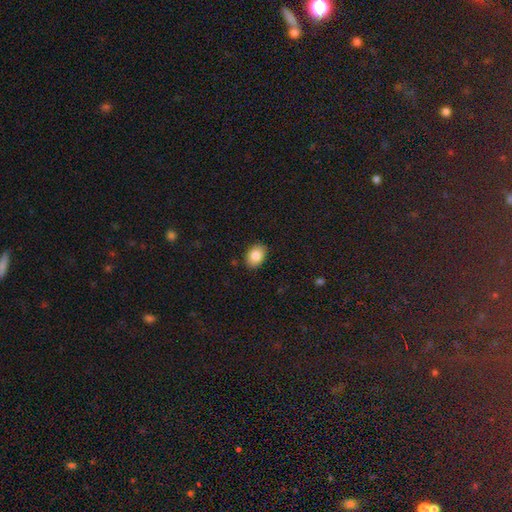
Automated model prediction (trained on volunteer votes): Morphology: type=smooth (86%); roundness=in between (72%); merging=none (88%).